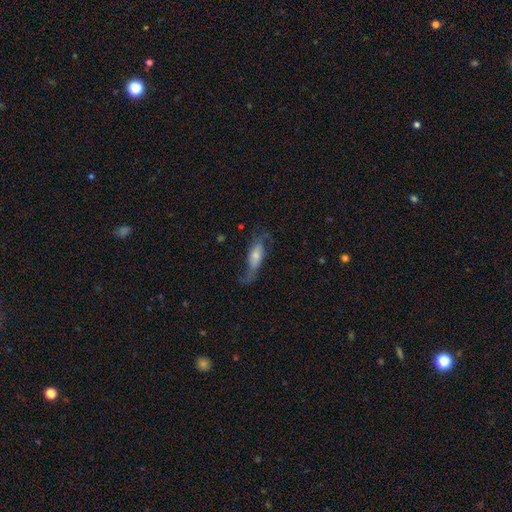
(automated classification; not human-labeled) Smooth or featured: featured or disk — 57% (smooth — 35%)
Edge-on disk: no — 82% (yes — 18%)
Merging: none — 50% (major disturbance — 24%)